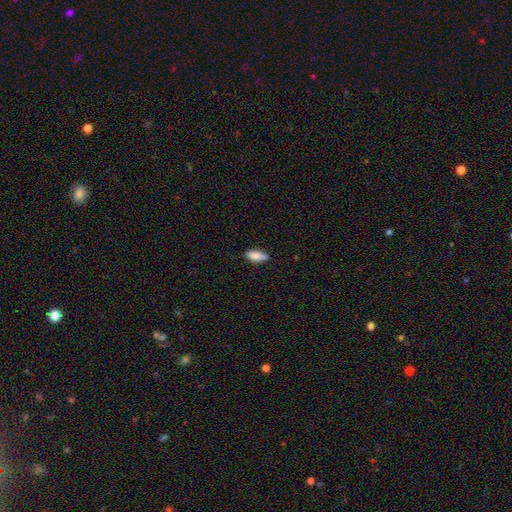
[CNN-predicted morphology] Smooth or featured? Predicted: smooth (p=0.83). How rounded? Predicted: in between (p=0.70). Merging? Predicted: none (p=0.80).